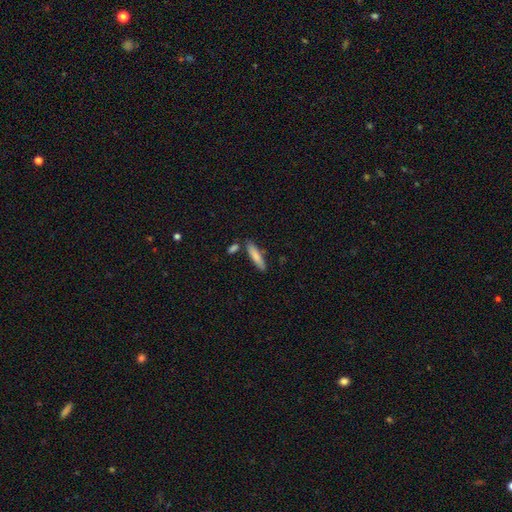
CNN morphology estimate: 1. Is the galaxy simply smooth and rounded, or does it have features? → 80% smooth, 14% featured or disk, 6% star or artifact.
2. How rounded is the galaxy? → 80% cigar-shaped, 18% in between, 2% round.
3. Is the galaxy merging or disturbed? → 80% none, 11% minor disturbance, 7% merger, 2% major disturbance.